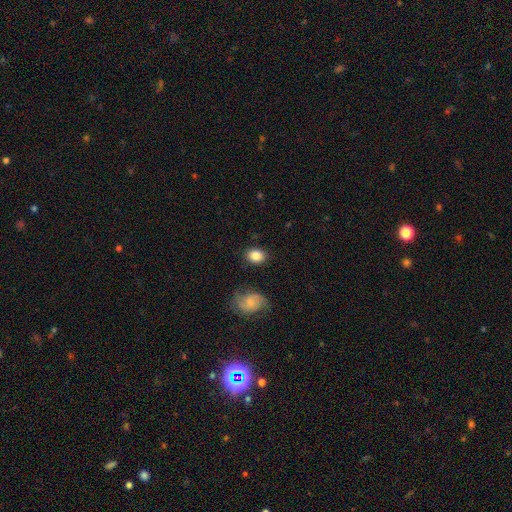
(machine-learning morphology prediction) type=smooth (83%); roundness=in between (61%); merging=none (82%).